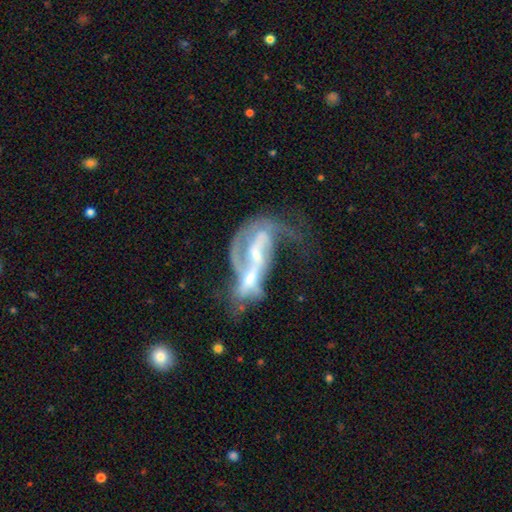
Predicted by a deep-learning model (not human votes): smooth_or_featured: featured or disk (p=0.80) [alt: smooth p=0.12]
disk_edge_on: no (p=0.94) [alt: yes p=0.06]
bar: no (p=0.35) [alt: weak p=0.34]
has_spiral_arms: yes (p=0.79) [alt: no p=0.21]
spiral_winding: loose (p=0.49) [alt: medium p=0.35]
spiral_arm_count: 2 (p=0.56) [alt: 1 p=0.18]
bulge_size: small (p=0.47) [alt: moderate p=0.36]
merging: merger (p=0.49) [alt: major disturbance p=0.27]